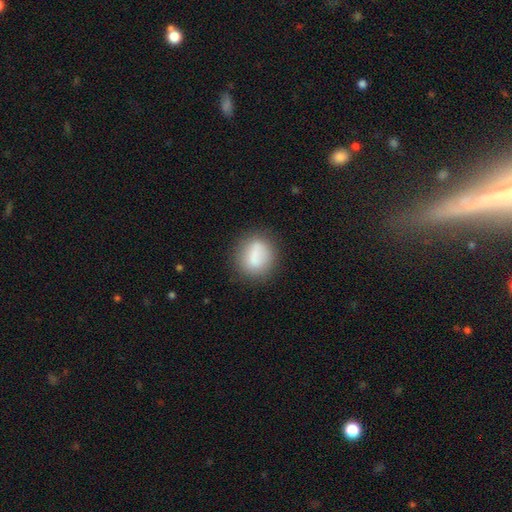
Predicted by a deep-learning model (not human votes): Smooth or featured?
  - smooth: 74% *
  - featured or disk: 16%
  - star or artifact: 9%
How rounded?
  - round: 73% *
  - in between: 25%
  - cigar-shaped: 2%
Merging?
  - none: 72% *
  - minor disturbance: 15%
  - major disturbance: 6%
  - merger: 6%